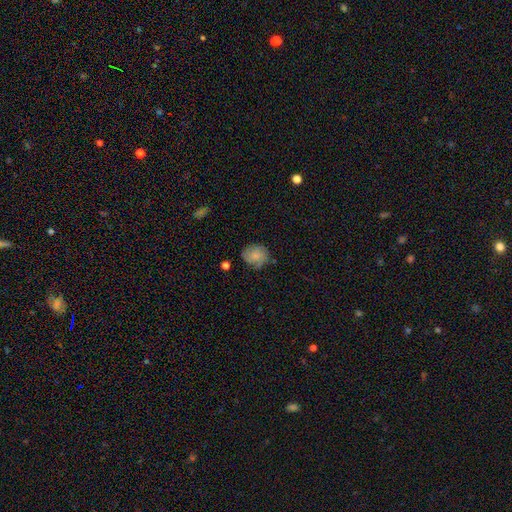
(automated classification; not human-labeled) The model was most divided on "smooth or featured": smooth: 52%, featured or disk: 39%, star or artifact: 9%. More confident: how rounded — round (70%); merging — none (70%).